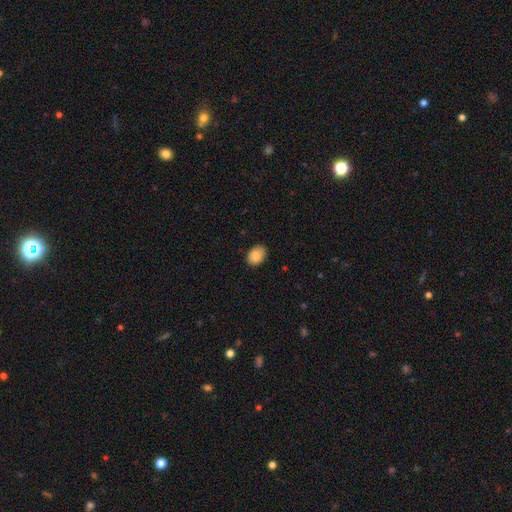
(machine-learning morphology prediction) smooth-or-featured: smooth: 88% | star or artifact: 7% | featured or disk: 5%
  how-rounded: in between: 78% | round: 21% | cigar-shaped: 1%
  merging: none: 84% | minor disturbance: 12% | major disturbance: 2% | merger: 1%